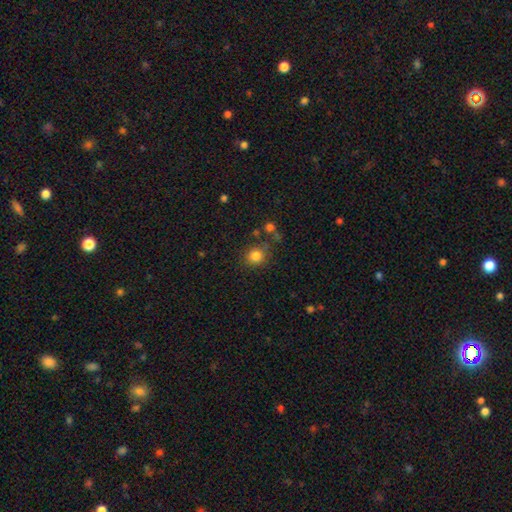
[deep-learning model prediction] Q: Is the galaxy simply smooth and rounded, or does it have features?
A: smooth — 82%.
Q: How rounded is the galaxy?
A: round — 86%.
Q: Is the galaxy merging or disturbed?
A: none — 75%.